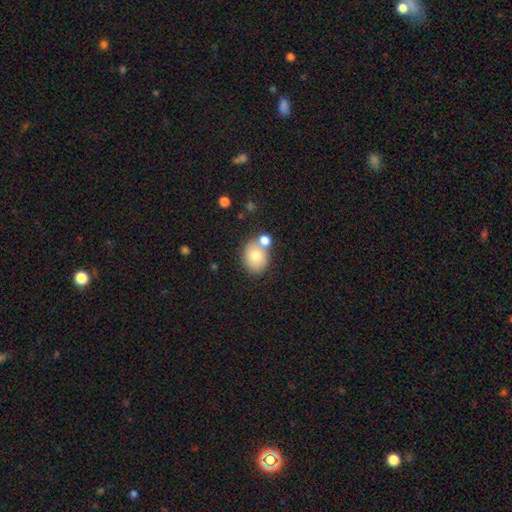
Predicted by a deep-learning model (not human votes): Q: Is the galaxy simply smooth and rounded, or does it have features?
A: smooth — 78%.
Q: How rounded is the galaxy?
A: round — 58%.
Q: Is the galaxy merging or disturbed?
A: none — 57%.